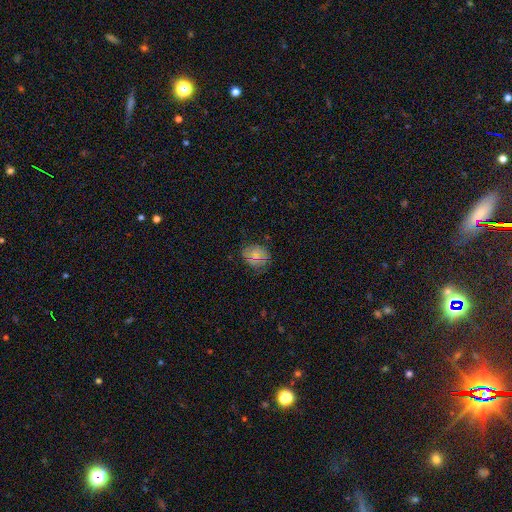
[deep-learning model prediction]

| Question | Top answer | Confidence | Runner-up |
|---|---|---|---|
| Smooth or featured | smooth | 64% | star or artifact (24%) |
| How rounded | round | 66% | in between (32%) |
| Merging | none | 80% | minor disturbance (14%) |